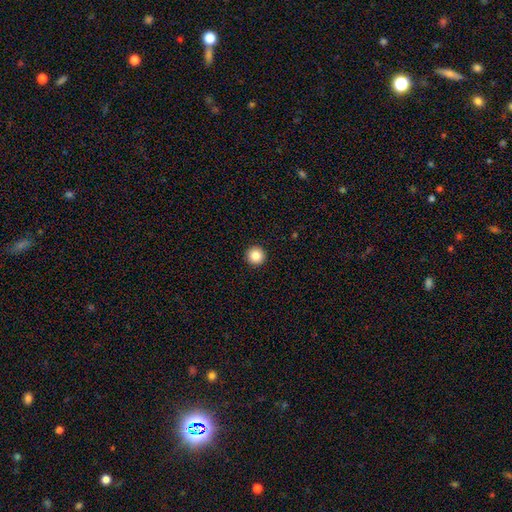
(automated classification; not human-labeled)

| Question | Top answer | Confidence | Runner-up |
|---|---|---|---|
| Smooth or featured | smooth | 85% | star or artifact (10%) |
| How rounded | round | 97% | in between (2%) |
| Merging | none | 94% | minor disturbance (4%) |